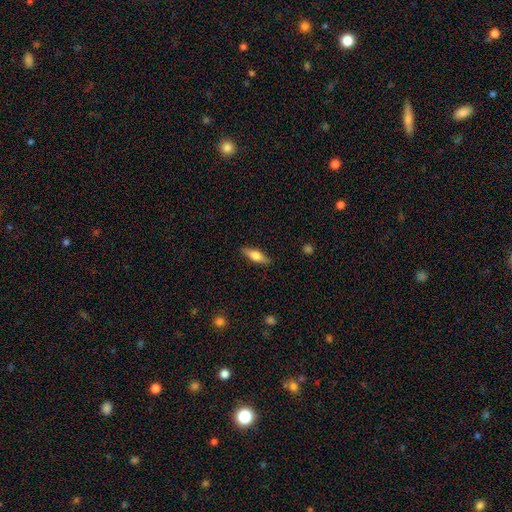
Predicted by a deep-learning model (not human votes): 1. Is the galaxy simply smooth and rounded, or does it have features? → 60% smooth, 34% featured or disk, 6% star or artifact.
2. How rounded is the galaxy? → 54% cigar-shaped, 43% in between, 3% round.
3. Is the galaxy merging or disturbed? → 88% none, 9% minor disturbance, 2% major disturbance, 1% merger.